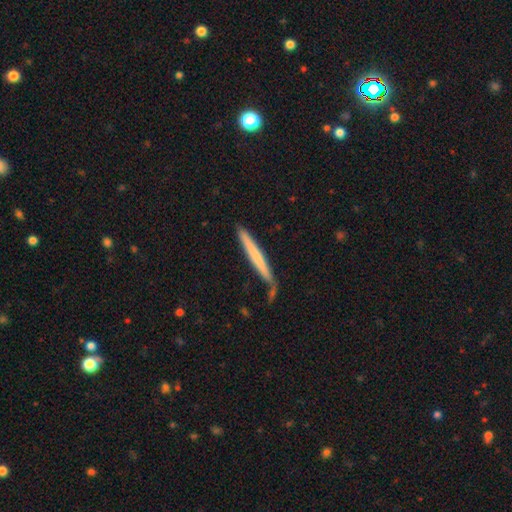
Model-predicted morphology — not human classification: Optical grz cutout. It shows a smooth galaxy with no disk features (60%) that is cigar-shaped (97%). Merging: none (72%).